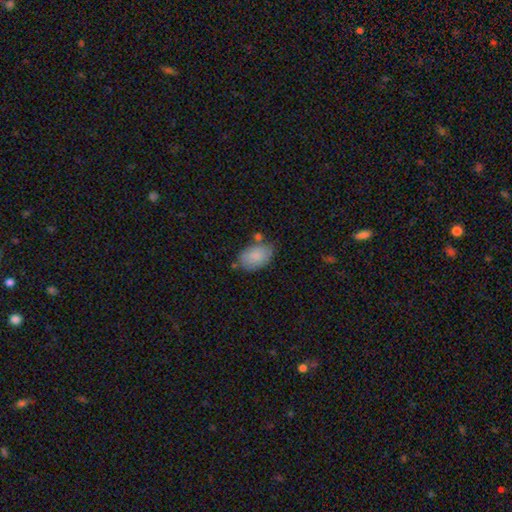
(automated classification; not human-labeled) Smooth or featured? Predicted: smooth (p=0.84). How rounded? Predicted: in between (p=0.91). Merging? Predicted: none (p=0.65).